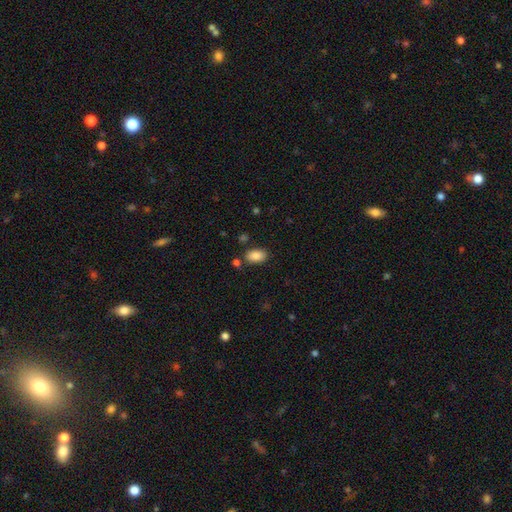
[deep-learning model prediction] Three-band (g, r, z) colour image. It shows a smooth galaxy with no disk features (87%) that is in between round and cigar-shaped (90%). Merging: none (79%).